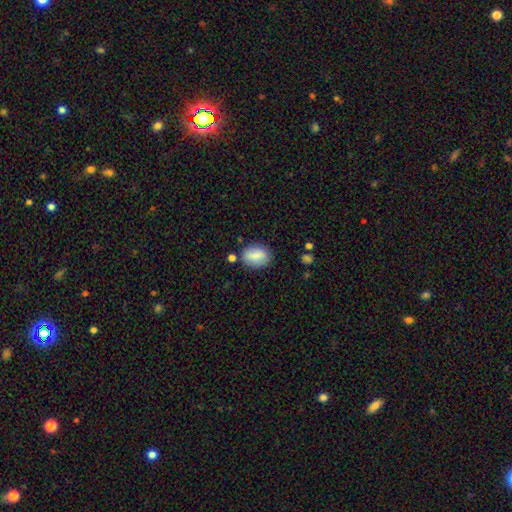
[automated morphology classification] Smooth or featured?
  - smooth: 79% *
  - featured or disk: 13%
  - star or artifact: 8%
How rounded?
  - in between: 74% *
  - round: 24%
  - cigar-shaped: 2%
Merging?
  - none: 78% *
  - minor disturbance: 14%
  - merger: 5%
  - major disturbance: 4%